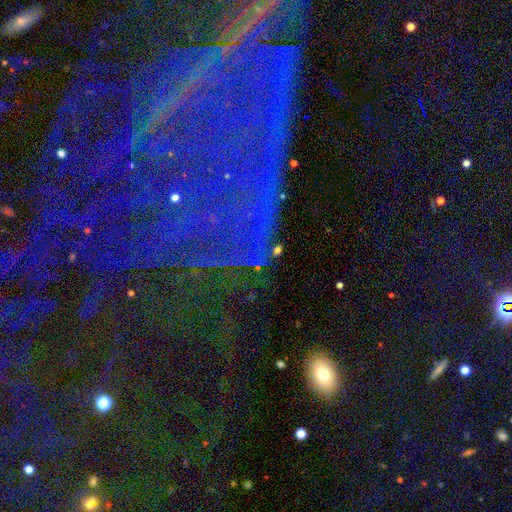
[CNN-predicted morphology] This is likely a star or artifact rather than a galaxy (61%).